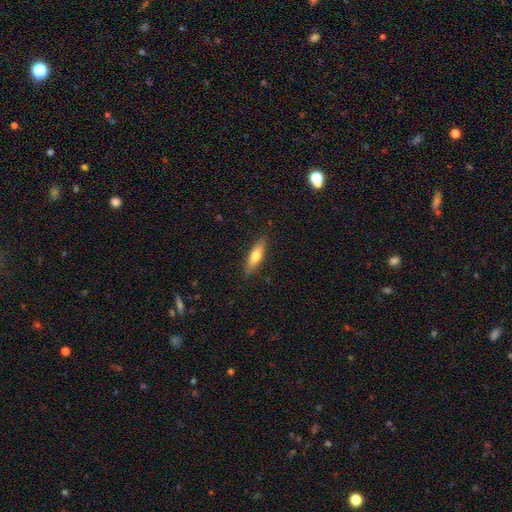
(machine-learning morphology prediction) Overall: smooth (65%; featured or disk 29%). How rounded: cigar-shaped (62%; in between 36%). Merging: none (87%).